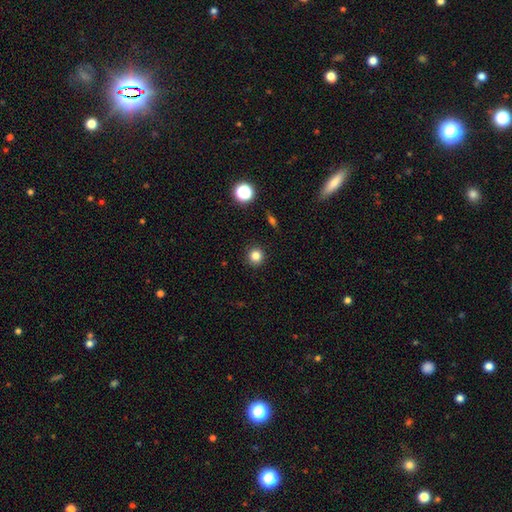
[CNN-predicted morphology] Smooth or featured? smooth (82%)
How rounded? round (94%)
Merging? none (92%)